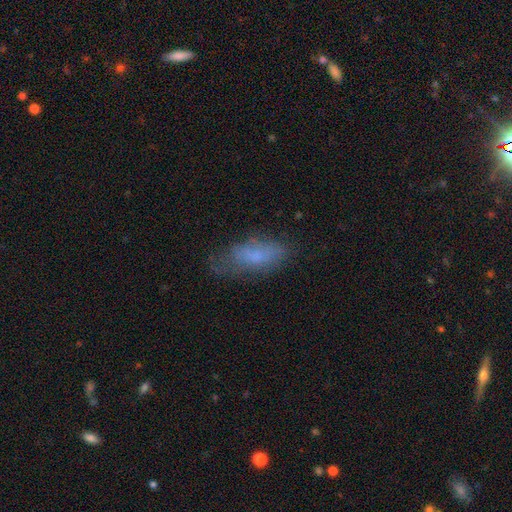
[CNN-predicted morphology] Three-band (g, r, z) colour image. It shows a smooth galaxy with no disk features (64%) that is in between round and cigar-shaped (78%). Merging: none (54%).